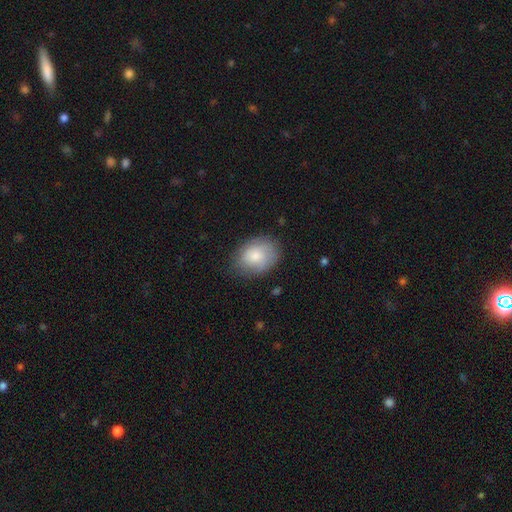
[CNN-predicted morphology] type=smooth (72%); roundness=in between (62%); merging=none (75%).